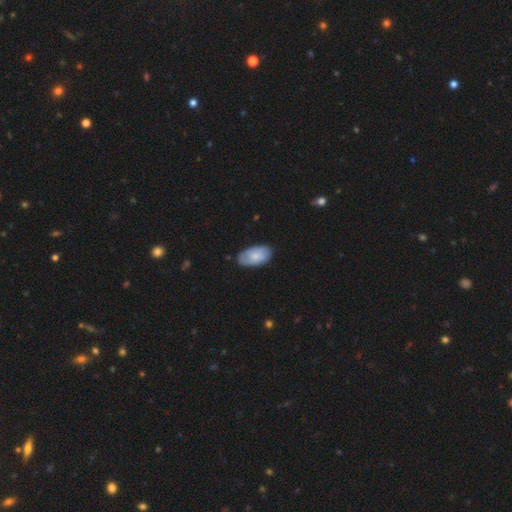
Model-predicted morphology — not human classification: Smooth or featured: smooth — 71% (featured or disk — 24%)
How rounded: in between — 95% (round — 3%)
Merging: none — 76% (minor disturbance — 19%)